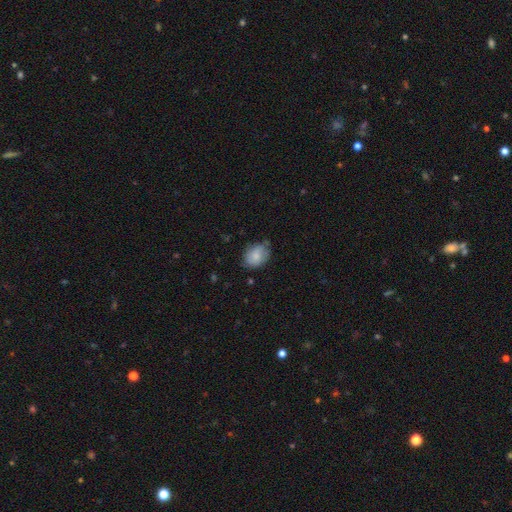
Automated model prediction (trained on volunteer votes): Smooth or featured? smooth (77%)
How rounded? in between (64%)
Merging? none (68%)